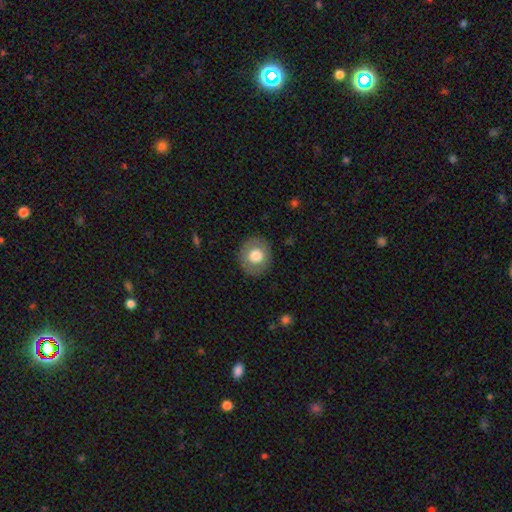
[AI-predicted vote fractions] Q: Smooth or featured?
A: smooth (72%); runner-up: featured or disk (20%)
Q: How rounded?
A: round (83%); runner-up: in between (16%)
Q: Merging?
A: none (88%); runner-up: minor disturbance (8%)